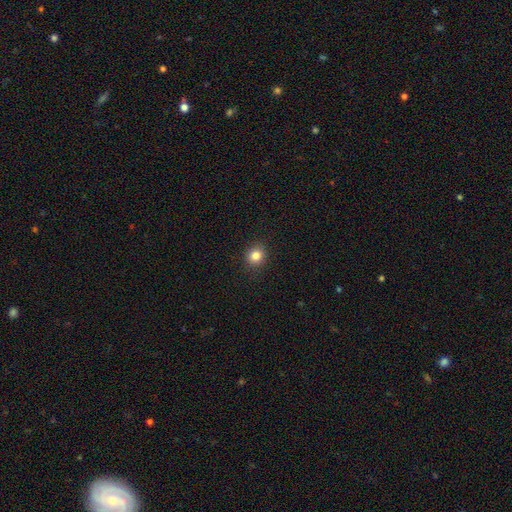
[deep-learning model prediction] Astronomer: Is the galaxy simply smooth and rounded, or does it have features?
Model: smooth — 83%.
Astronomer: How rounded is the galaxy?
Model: round — 84%.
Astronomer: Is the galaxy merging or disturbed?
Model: none — 90%.